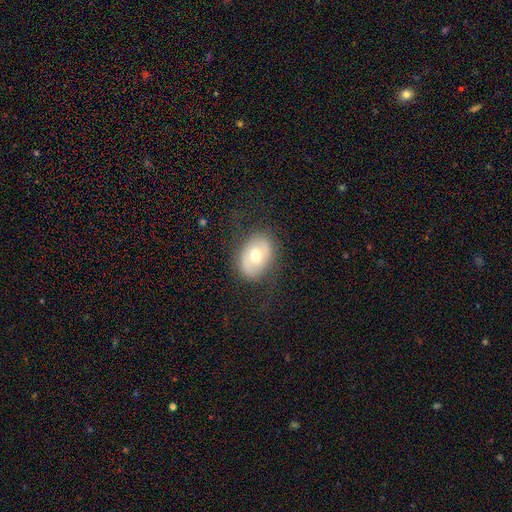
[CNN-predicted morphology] This appears to be a smooth galaxy with no disk features (54%) that is in between round and cigar-shaped (73%). Merging: none (76%).